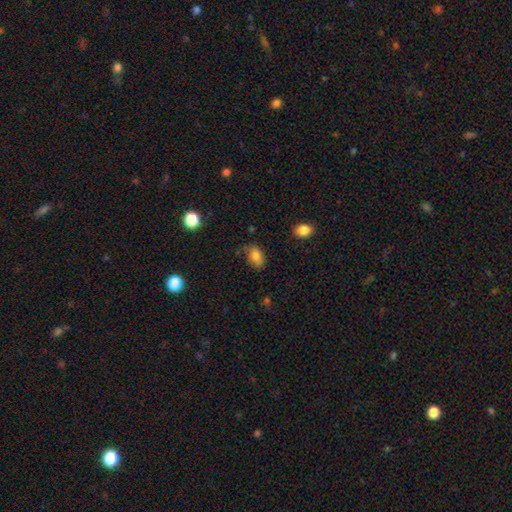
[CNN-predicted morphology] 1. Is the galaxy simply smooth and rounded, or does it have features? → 81% smooth, 10% featured or disk, 9% star or artifact.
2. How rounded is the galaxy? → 85% in between, 13% round, 2% cigar-shaped.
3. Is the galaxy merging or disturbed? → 62% none, 29% minor disturbance, 7% major disturbance, 2% merger.